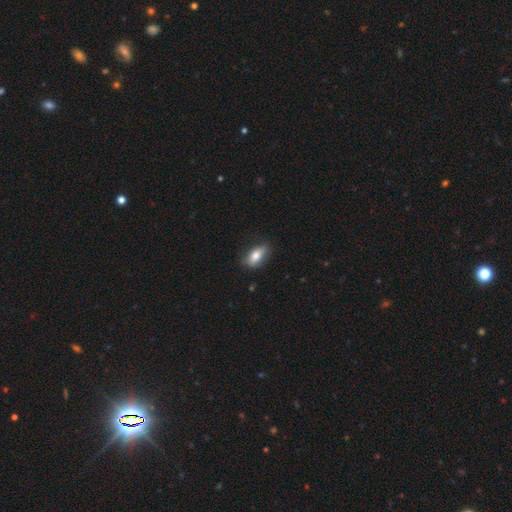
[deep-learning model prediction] smooth_or_featured: smooth (p=0.76) [alt: featured or disk p=0.17]
how_rounded: in between (p=0.85) [alt: cigar-shaped p=0.10]
merging: none (p=0.75) [alt: minor disturbance p=0.20]